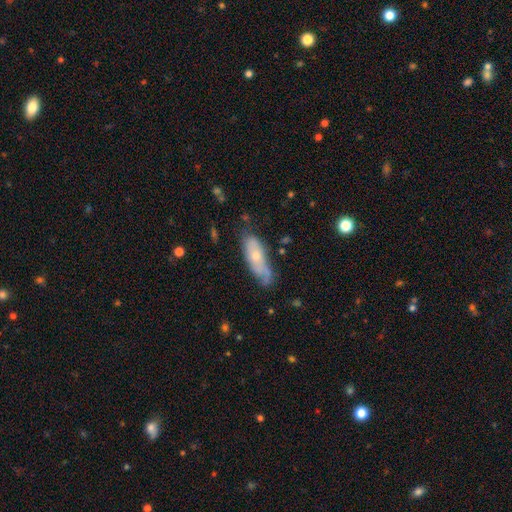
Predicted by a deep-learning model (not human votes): smooth_or_featured: smooth (p=0.49) [alt: featured or disk p=0.44]
merging: none (p=0.51) [alt: minor disturbance p=0.33]